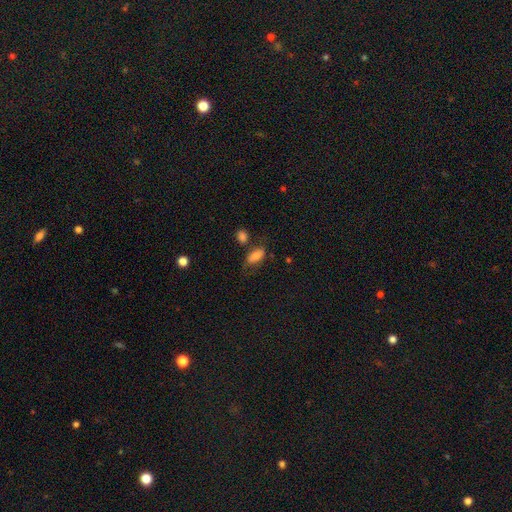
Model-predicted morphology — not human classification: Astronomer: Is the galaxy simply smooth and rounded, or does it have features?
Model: smooth — 79%.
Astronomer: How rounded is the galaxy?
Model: in between — 87%.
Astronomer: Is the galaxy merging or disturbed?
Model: none — 57%.